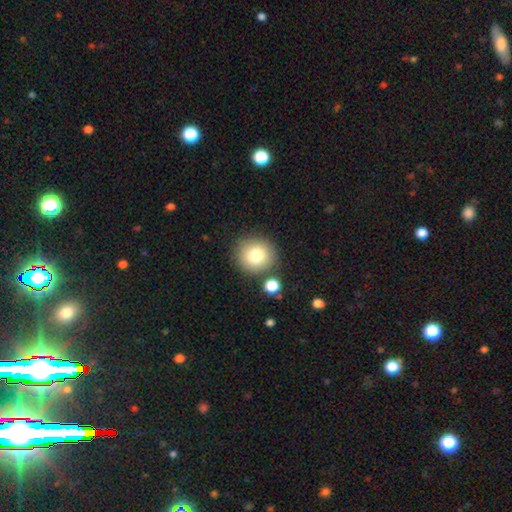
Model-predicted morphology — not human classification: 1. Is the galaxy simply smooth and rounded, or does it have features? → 79% smooth, 11% star or artifact, 11% featured or disk.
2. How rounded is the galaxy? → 90% round, 9% in between, 1% cigar-shaped.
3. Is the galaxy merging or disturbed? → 81% none, 9% minor disturbance, 8% merger, 3% major disturbance.